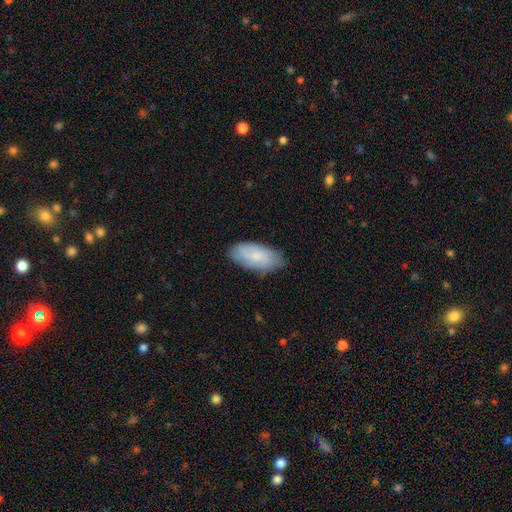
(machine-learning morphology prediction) Smooth or featured? Predicted: smooth (p=0.64). How rounded? Predicted: in between (p=0.91). Merging? Predicted: none (p=0.77).